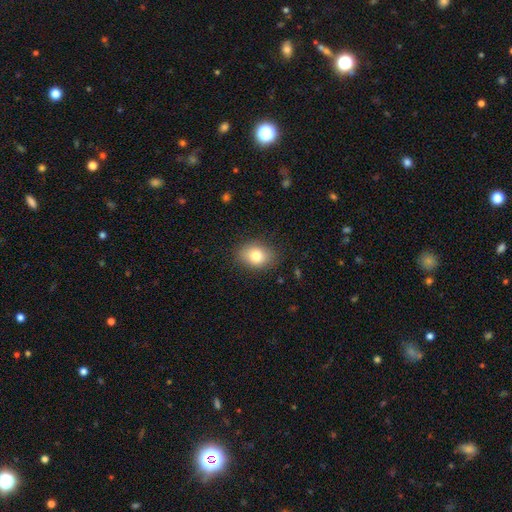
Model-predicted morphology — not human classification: Smooth or featured? smooth (80%)
How rounded? in between (67%)
Merging? none (85%)